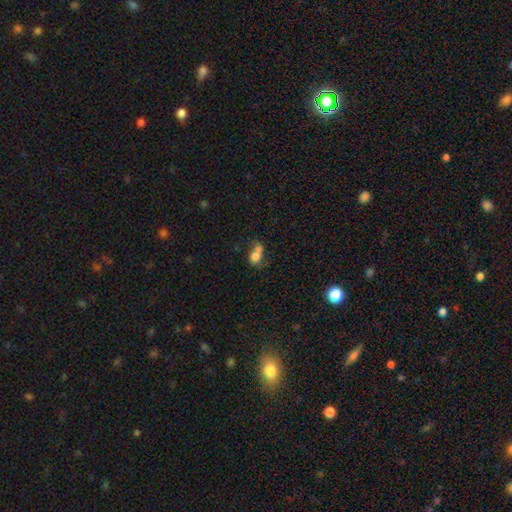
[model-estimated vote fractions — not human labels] A smooth galaxy with no disk features (73%) that is round (55%).

Vote fractions:
- Smooth or featured? smooth: 73% / featured or disk: 16% / star or artifact: 11%
- How rounded? round: 55% / in between: 44% / cigar-shaped: 2%
- Merging? merger: 58% / none: 22% / minor disturbance: 11% / major disturbance: 10%